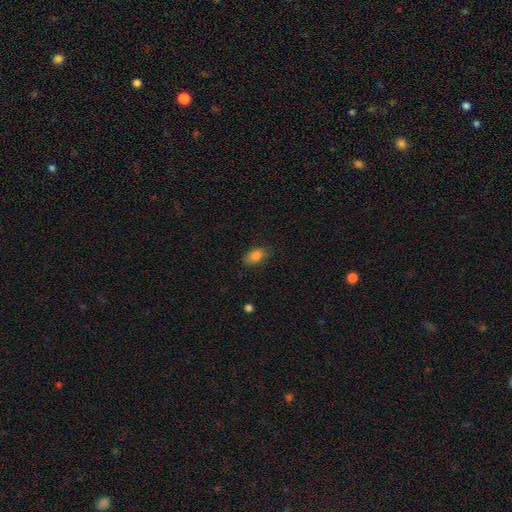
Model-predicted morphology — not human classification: smooth-or-featured: smooth: 85% | star or artifact: 9% | featured or disk: 6%
  how-rounded: in between: 90% | round: 7% | cigar-shaped: 4%
  merging: none: 79% | minor disturbance: 16% | major disturbance: 4% | merger: 1%